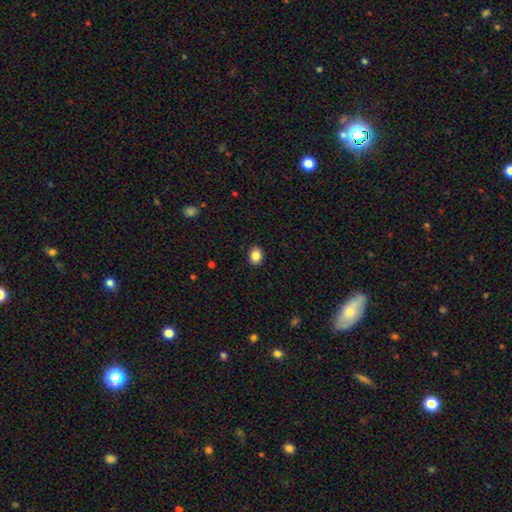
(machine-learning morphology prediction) This is clearly a smooth galaxy (86%). How rounded: possibly round (55%). Merging: clearly none (91%).